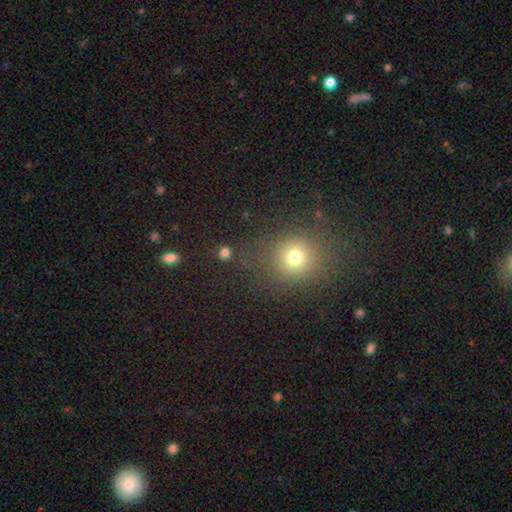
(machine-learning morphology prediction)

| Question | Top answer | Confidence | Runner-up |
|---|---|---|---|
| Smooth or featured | smooth | 62% | star or artifact (31%) |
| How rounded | round | 78% | in between (21%) |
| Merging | none | 86% | minor disturbance (9%) |